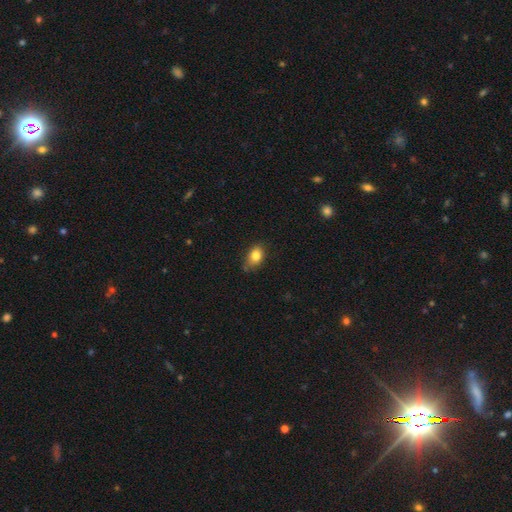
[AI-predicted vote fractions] This is clearly a smooth galaxy (82%). How rounded: likely in between (78%). Merging: likely none (68%).